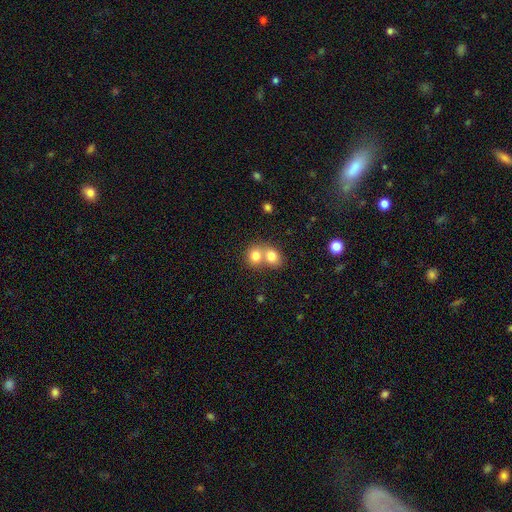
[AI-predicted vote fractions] smooth 78%, featured or disk 12%, star or artifact 10%. Down the decision tree: how rounded — round (65%); merging — merger (66%).